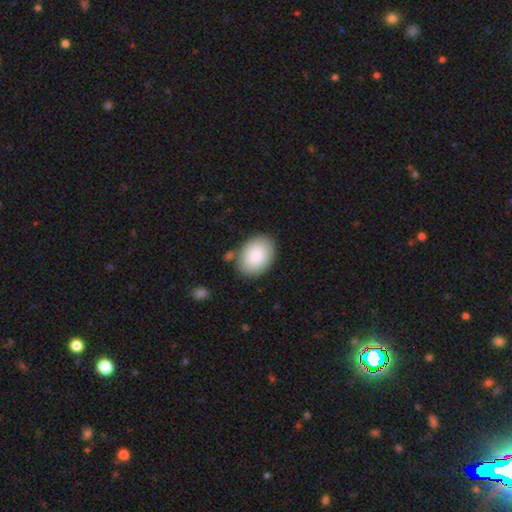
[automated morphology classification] type=smooth (88%); roundness=in between (78%); merging=none (79%).